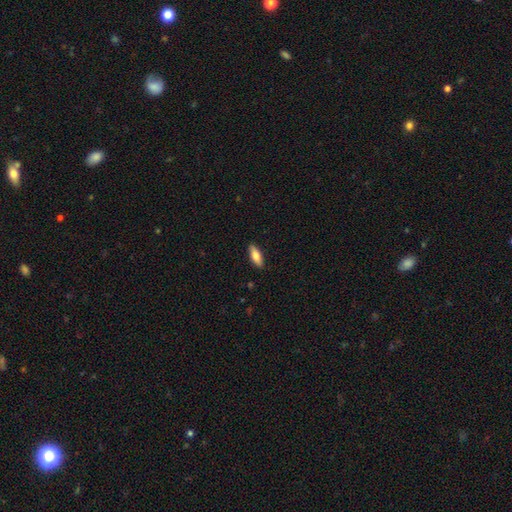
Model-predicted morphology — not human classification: The model was most divided on "how rounded": in between: 69%, cigar-shaped: 29%, round: 2%. More confident: merging — none (89%); smooth or featured — smooth (77%).